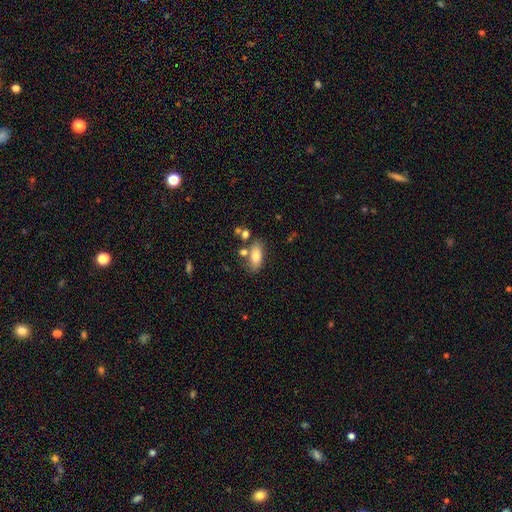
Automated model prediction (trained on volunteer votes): Morphology: type=smooth (81%); roundness=in between (86%); merging=none (63%).